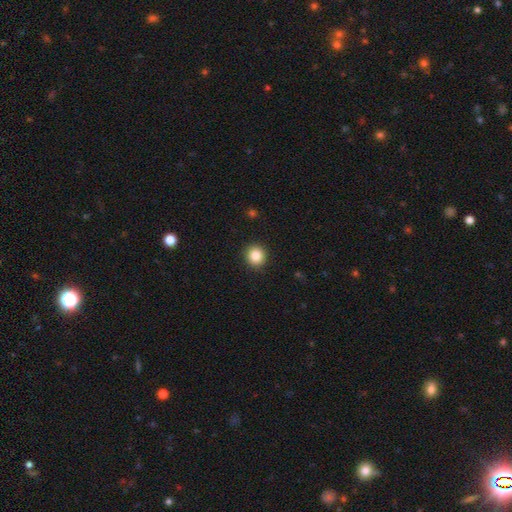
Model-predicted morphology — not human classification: Smooth or featured: smooth — 86% (star or artifact — 10%)
How rounded: round — 92% (in between — 7%)
Merging: none — 91% (minor disturbance — 6%)